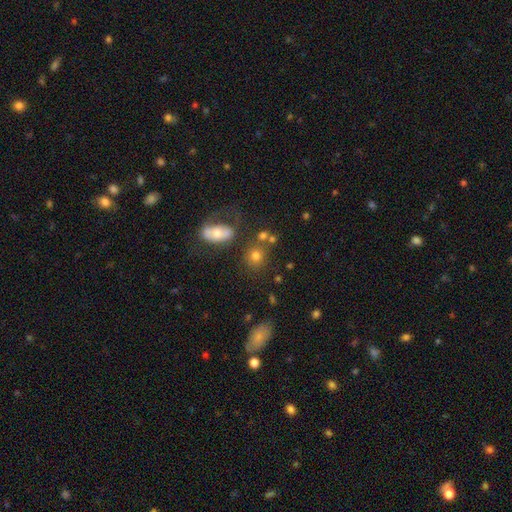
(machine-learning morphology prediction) This appears to be a smooth galaxy with no disk features (74%) that is round (73%). Merging: none (65%).